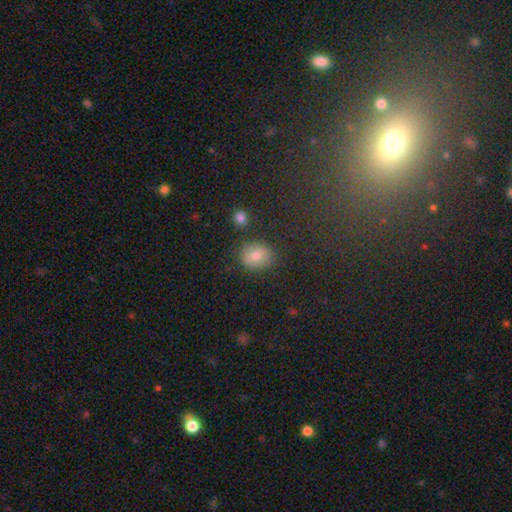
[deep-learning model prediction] Morphology: type=smooth (77%); roundness=round (65%); merging=none (85%).